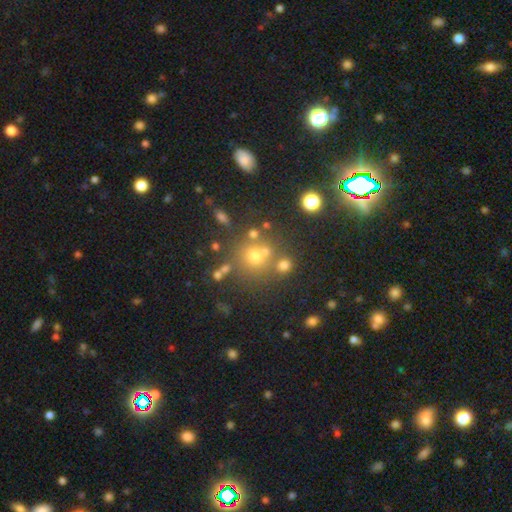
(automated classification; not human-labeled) Smooth or featured? Predicted: smooth (p=0.61). How rounded? Predicted: round (p=0.87). Merging? Predicted: none (p=0.63).